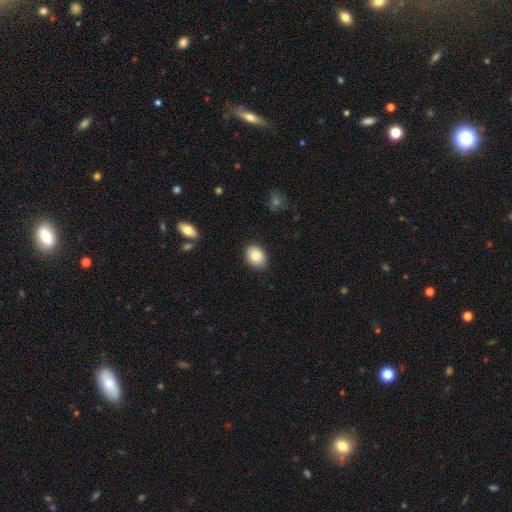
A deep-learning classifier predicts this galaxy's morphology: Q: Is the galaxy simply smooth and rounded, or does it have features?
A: smooth — 86%.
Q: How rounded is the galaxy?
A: in between — 69%.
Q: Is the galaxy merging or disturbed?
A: none — 88%.